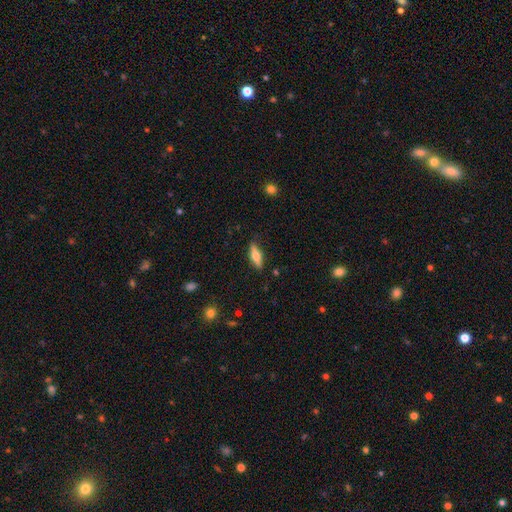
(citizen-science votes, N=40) This appears to be a smooth galaxy with no disk features (50%) that is cigar-shaped (55%). Merging: none (74%).